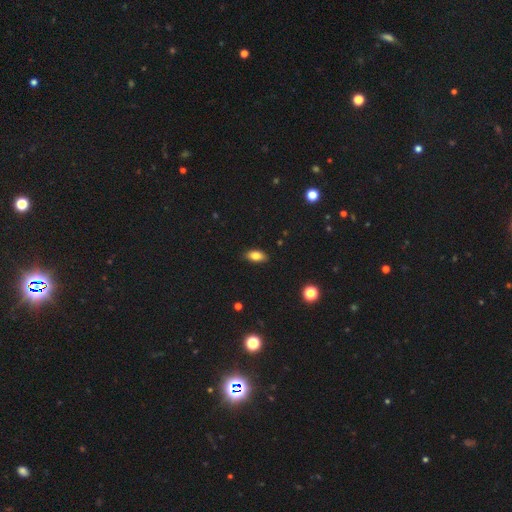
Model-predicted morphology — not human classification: Overall: smooth (81%). How rounded: in between (89%). Merging: none (86%).